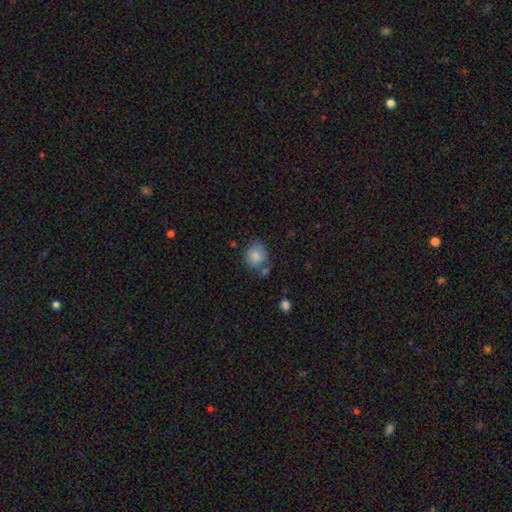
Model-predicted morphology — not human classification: Smooth or featured: smooth — 82% (featured or disk — 10%)
How rounded: round — 72% (in between — 27%)
Merging: none — 59% (minor disturbance — 19%)